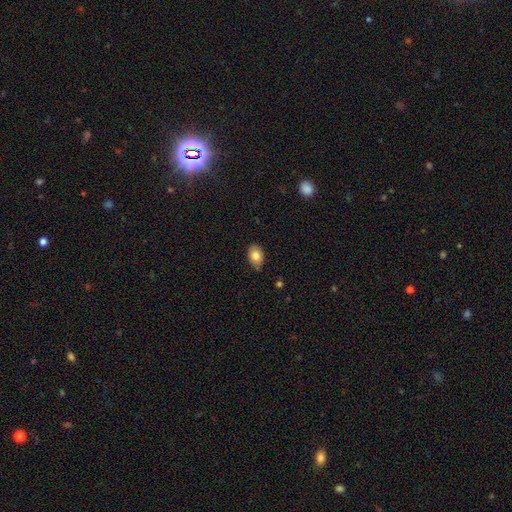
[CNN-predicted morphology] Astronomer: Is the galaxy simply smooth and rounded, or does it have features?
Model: smooth — 80%.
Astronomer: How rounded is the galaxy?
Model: in between — 82%.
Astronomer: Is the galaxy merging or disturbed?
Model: none — 80%.